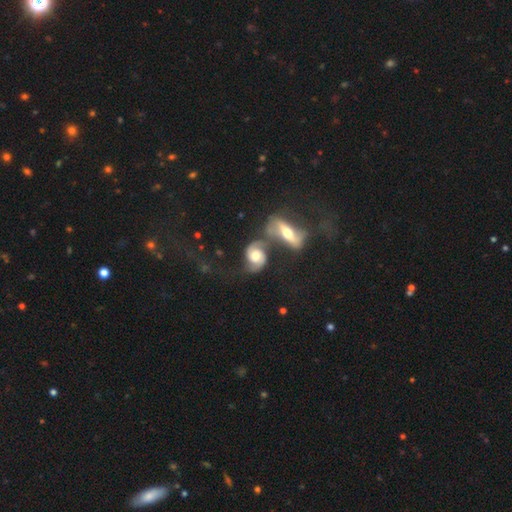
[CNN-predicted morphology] Smooth or featured? featured or disk (82%)
Edge-on disk? no (95%)
Bar? no (56%)
Spiral arms? yes (95%)
Spiral winding? medium (50%)
Spiral arm count? 2 (91%)
Bulge size? moderate (65%)
Merging? merger (46%)